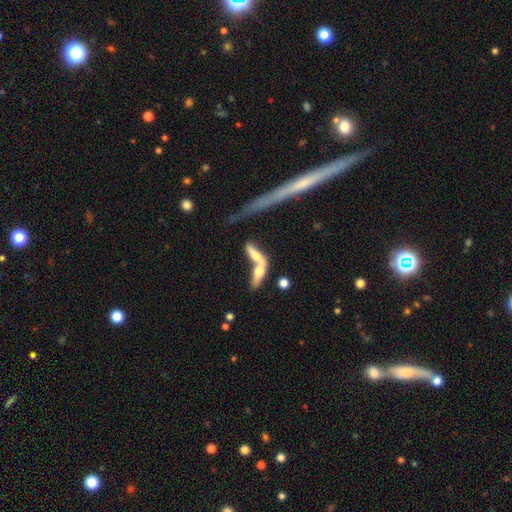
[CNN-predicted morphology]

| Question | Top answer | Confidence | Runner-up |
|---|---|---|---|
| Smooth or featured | smooth | 46% | featured or disk (45%) |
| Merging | merger | 66% | none (17%) |